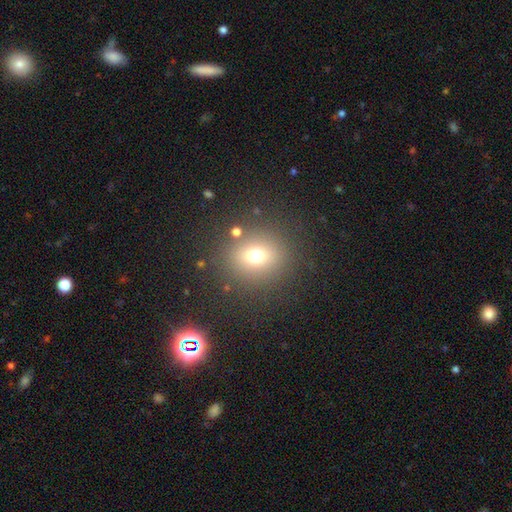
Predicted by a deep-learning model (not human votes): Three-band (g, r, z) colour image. It shows a smooth galaxy with no disk features (69%) that is round (79%). Merging: none (83%).